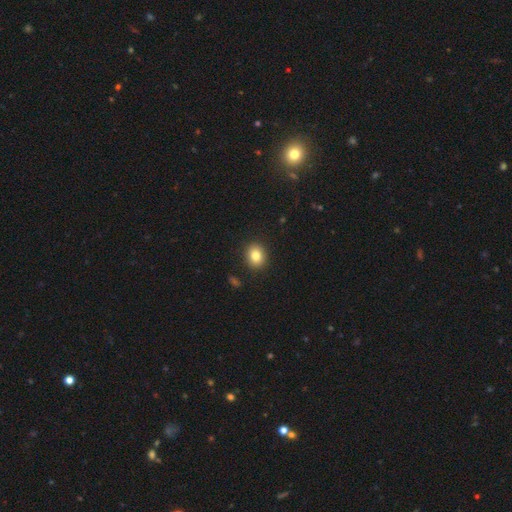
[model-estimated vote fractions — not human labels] Smooth or featured? smooth (83%)
How rounded? round (63%)
Merging? none (90%)